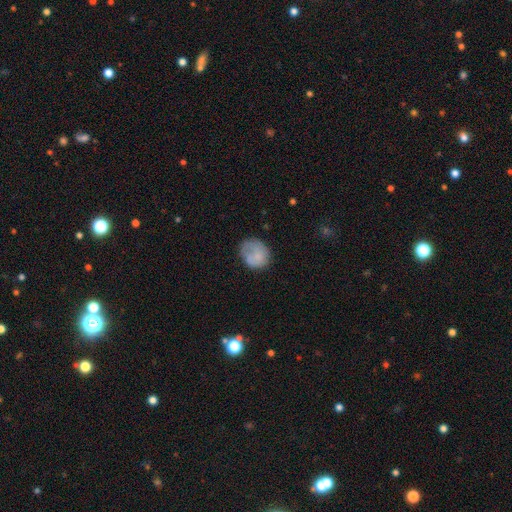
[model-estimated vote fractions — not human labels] smooth_or_featured: smooth (p=0.72) [alt: featured or disk p=0.20]
how_rounded: round (p=0.65) [alt: in between p=0.34]
merging: none (p=0.52) [alt: minor disturbance p=0.28]